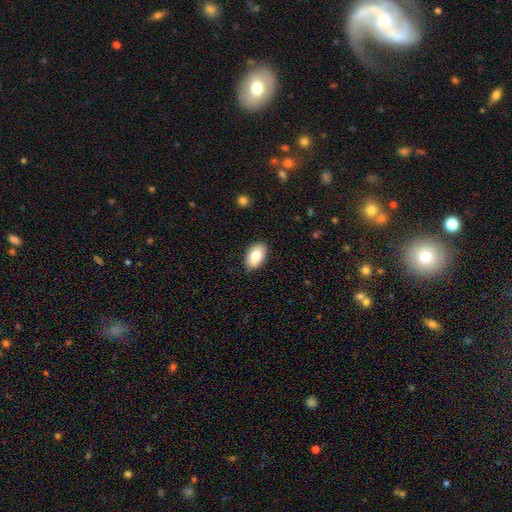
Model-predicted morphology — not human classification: type=smooth (81%); roundness=in between (92%); merging=none (88%).